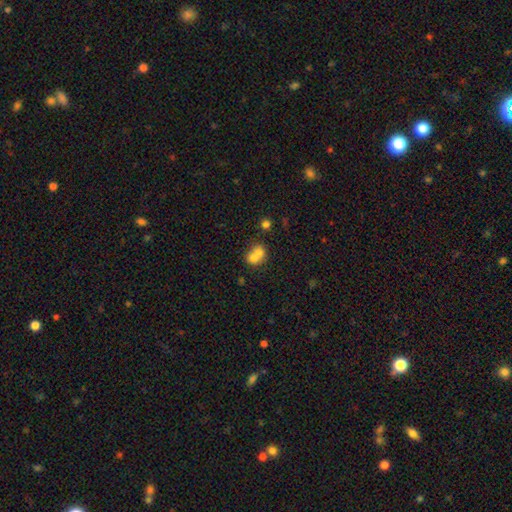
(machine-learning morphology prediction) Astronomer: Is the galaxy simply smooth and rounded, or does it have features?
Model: smooth — 70%.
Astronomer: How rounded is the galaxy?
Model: round — 60% (runner-up: in between, 39%).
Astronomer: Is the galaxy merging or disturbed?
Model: merger — 69%.